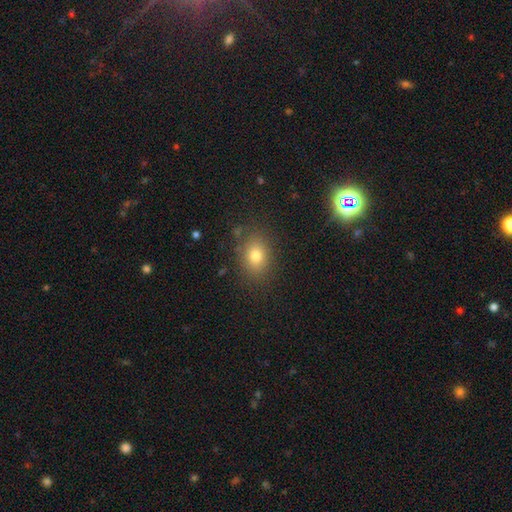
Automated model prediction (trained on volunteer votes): Smooth or featured: smooth — 76% (star or artifact — 13%)
How rounded: in between — 63% (round — 36%)
Merging: none — 83% (minor disturbance — 11%)